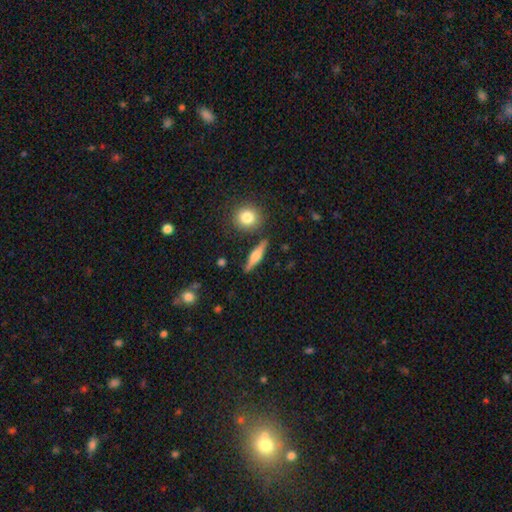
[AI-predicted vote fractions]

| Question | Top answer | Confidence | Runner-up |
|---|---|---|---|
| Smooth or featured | featured or disk | 49% | smooth (44%) |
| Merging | none | 84% | minor disturbance (9%) |